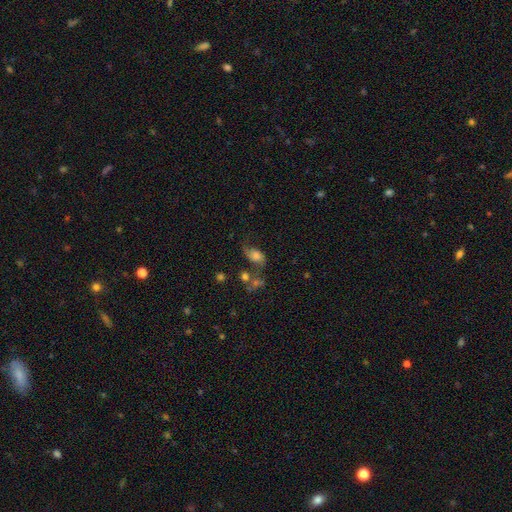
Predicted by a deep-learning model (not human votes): featured or disk 46%, smooth 41%, star or artifact 13%. Down the decision tree: merging — none (36%).